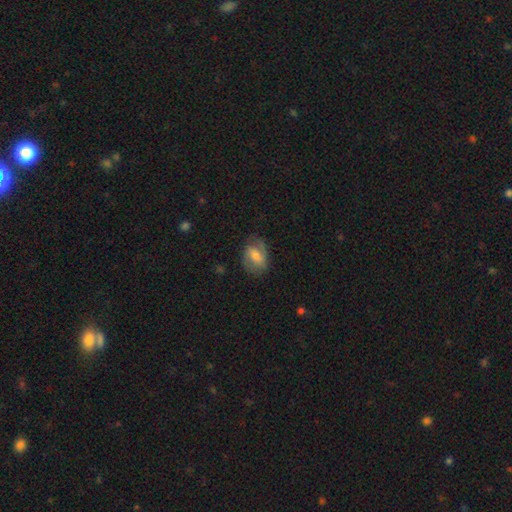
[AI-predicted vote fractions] Smooth or featured? Predicted: featured or disk (p=0.48). Merging? Predicted: none (p=0.65).